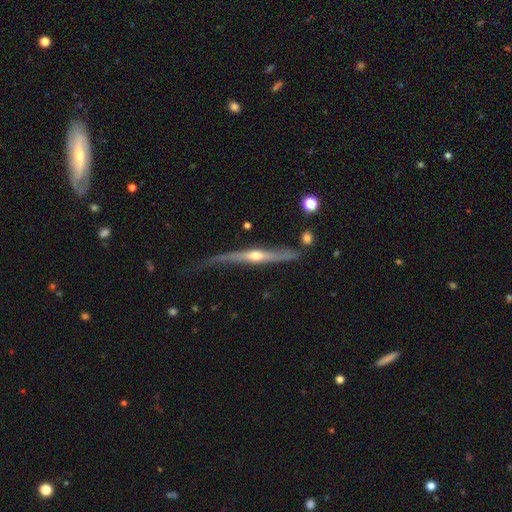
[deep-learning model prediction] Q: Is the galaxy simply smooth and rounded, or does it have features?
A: featured or disk — 74%.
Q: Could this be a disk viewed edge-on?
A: yes — 93%.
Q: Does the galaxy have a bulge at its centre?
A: rounded — 86%.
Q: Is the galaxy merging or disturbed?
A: none — 54%.